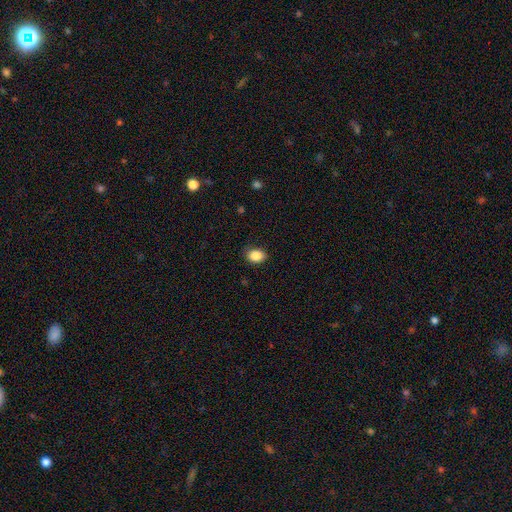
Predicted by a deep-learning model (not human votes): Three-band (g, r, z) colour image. It shows a smooth galaxy with no disk features (87%) that is in between round and cigar-shaped (69%). Merging: none (85%).